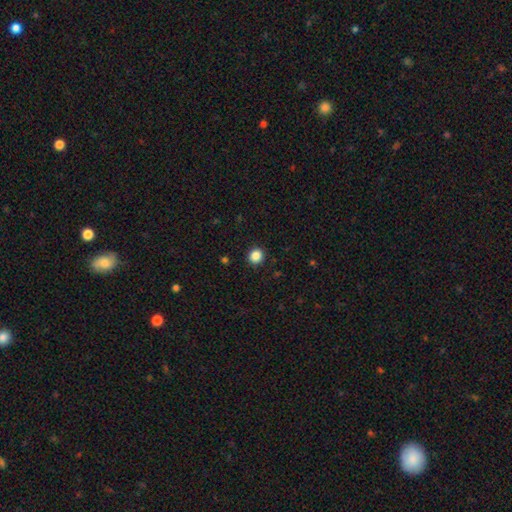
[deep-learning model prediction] smooth_or_featured: smooth (p=0.87) [alt: star or artifact p=0.10]
how_rounded: round (p=0.91) [alt: in between p=0.08]
merging: none (p=0.92) [alt: minor disturbance p=0.05]